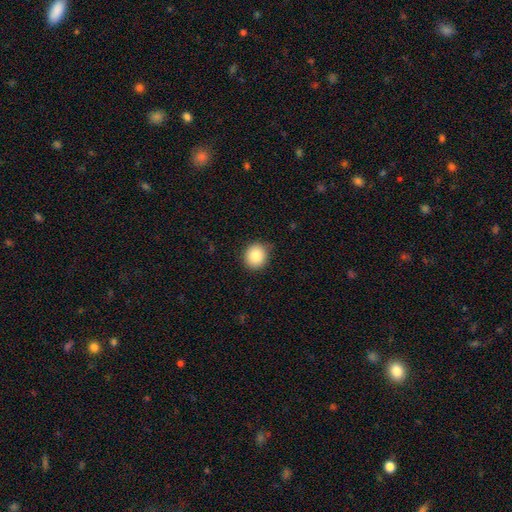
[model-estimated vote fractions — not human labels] smooth 85%, star or artifact 9%, featured or disk 6%. Down the decision tree: how rounded — round (86%); merging — none (84%).